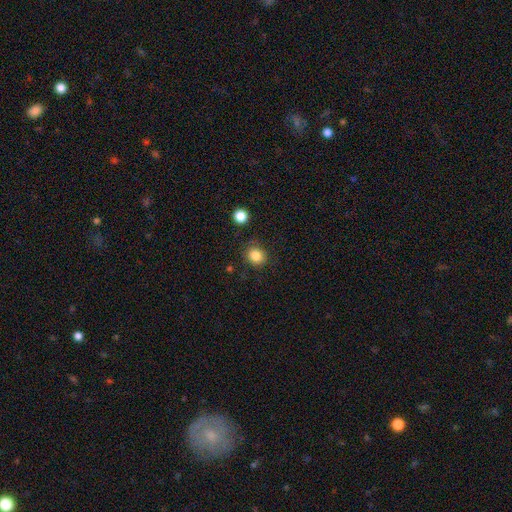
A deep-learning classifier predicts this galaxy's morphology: type=smooth (85%); roundness=round (80%); merging=none (83%).